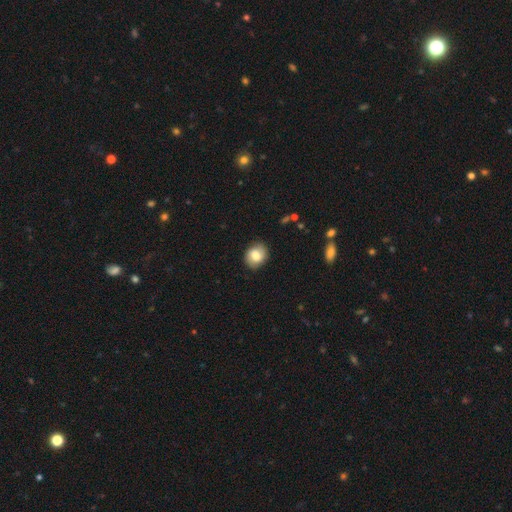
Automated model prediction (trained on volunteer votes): Smooth or featured? smooth (78%)
How rounded? round (57%)
Merging? none (85%)